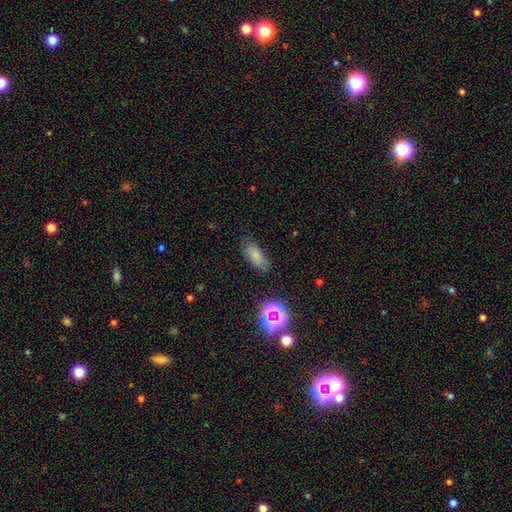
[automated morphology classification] A smooth galaxy with no disk features (74%) that is in between round and cigar-shaped (84%).

Vote fractions:
- Smooth or featured? smooth: 74% / star or artifact: 14% / featured or disk: 12%
- How rounded? in between: 84% / cigar-shaped: 12% / round: 5%
- Merging? none: 70% / minor disturbance: 22% / major disturbance: 6% / merger: 2%